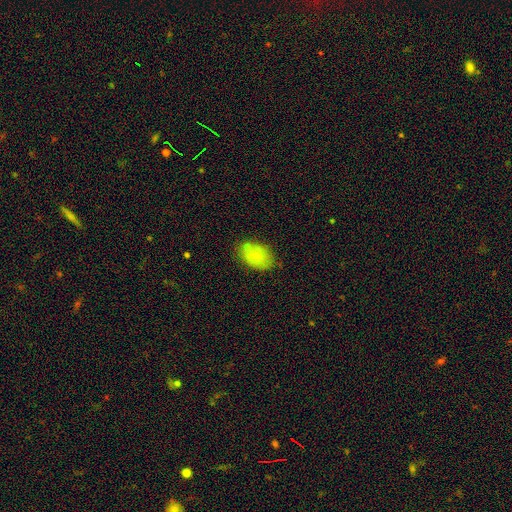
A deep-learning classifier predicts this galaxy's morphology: This appears to be a smooth galaxy with no disk features (71%) that is in between round and cigar-shaped (86%). Merging: none (67%).